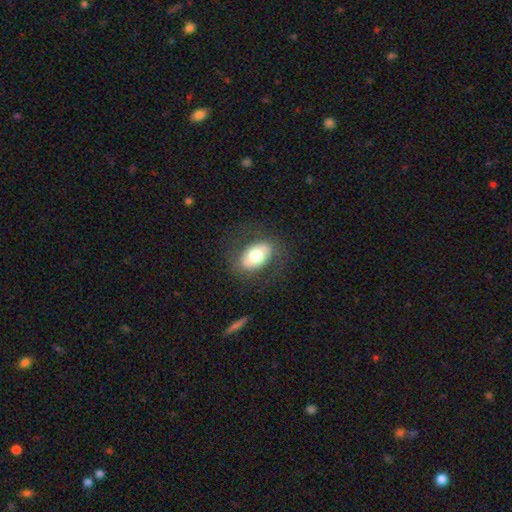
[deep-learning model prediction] Smooth or featured?
  - smooth: 66% *
  - featured or disk: 27%
  - star or artifact: 7%
How rounded?
  - in between: 87% *
  - round: 12%
  - cigar-shaped: 2%
Merging?
  - none: 78% *
  - minor disturbance: 13%
  - major disturbance: 8%
  - merger: 1%